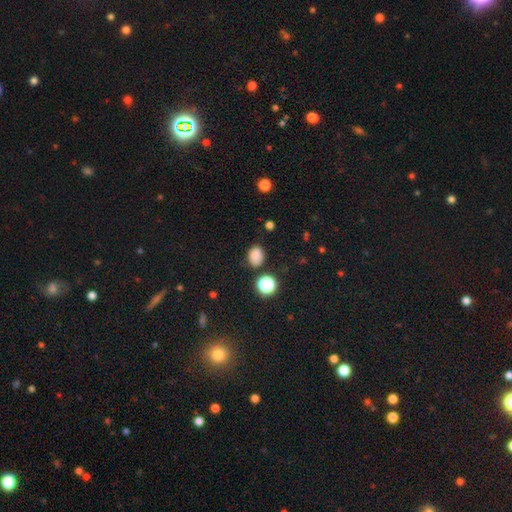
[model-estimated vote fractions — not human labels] smooth-or-featured: smooth: 82% | star or artifact: 14% | featured or disk: 4%
  how-rounded: in between: 62% | round: 36% | cigar-shaped: 1%
  merging: none: 80% | minor disturbance: 14% | major disturbance: 4% | merger: 3%